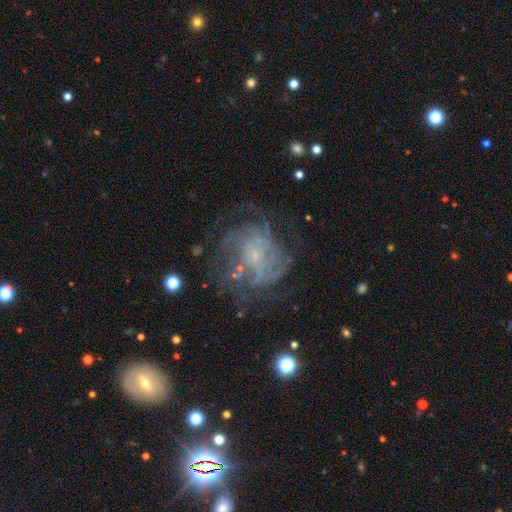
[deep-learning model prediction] Q: Smooth or featured?
A: featured or disk (73%); runner-up: smooth (15%)
Q: Edge-on disk?
A: no (97%); runner-up: yes (3%)
Q: Bar?
A: no (76%); runner-up: weak (20%)
Q: Spiral arms?
A: yes (77%); runner-up: no (23%)
Q: Spiral winding?
A: tight (52%); runner-up: medium (33%)
Q: Spiral arm count?
A: can't tell (52%); runner-up: 4 (13%)
Q: Bulge size?
A: small (77%); runner-up: none (11%)
Q: Merging?
A: none (54%); runner-up: major disturbance (23%)